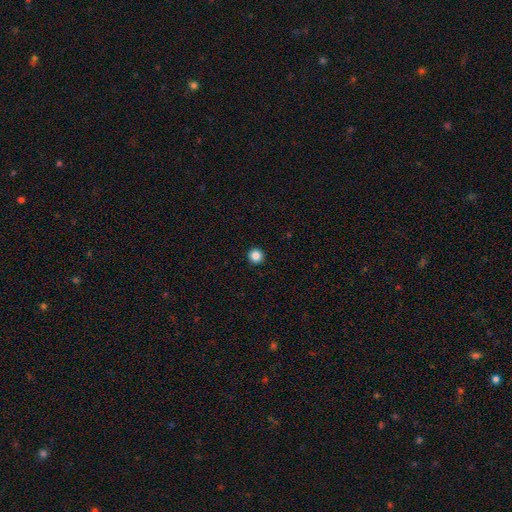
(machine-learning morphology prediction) smooth 86%, star or artifact 10%, featured or disk 4%. Down the decision tree: how rounded — round (96%); merging — none (94%).